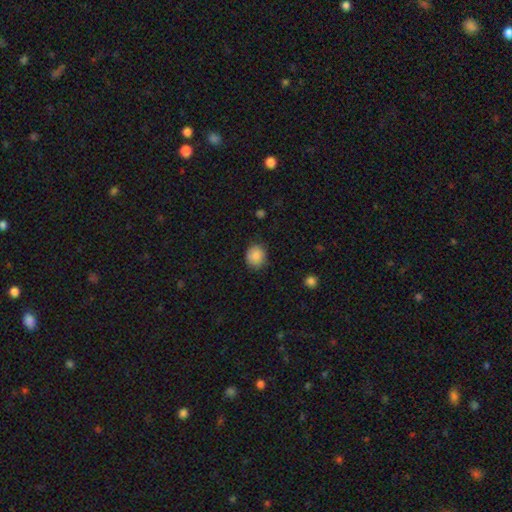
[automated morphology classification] smooth-or-featured: smooth: 86% | star or artifact: 8% | featured or disk: 5%
  how-rounded: round: 72% | in between: 27% | cigar-shaped: 1%
  merging: none: 81% | minor disturbance: 15% | major disturbance: 3% | merger: 1%